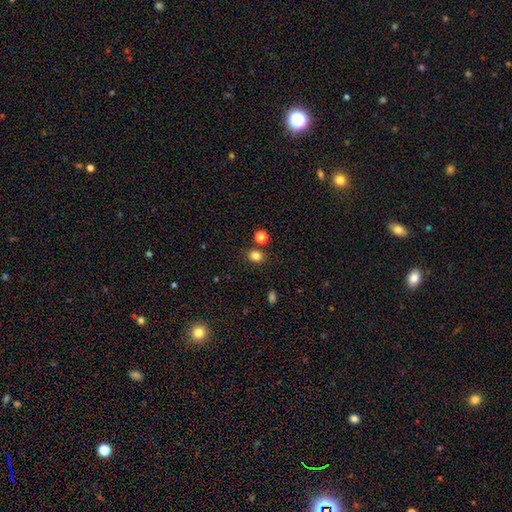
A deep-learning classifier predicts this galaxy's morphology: smooth 82%, star or artifact 13%, featured or disk 5%. Down the decision tree: how rounded — round (64%); merging — none (81%).